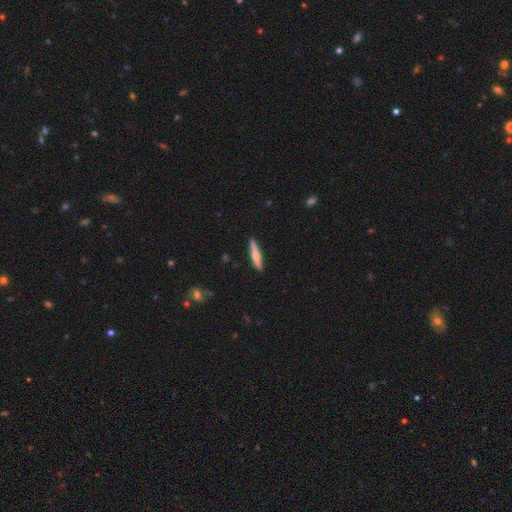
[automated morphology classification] type=smooth (49%); merging=none (90%).